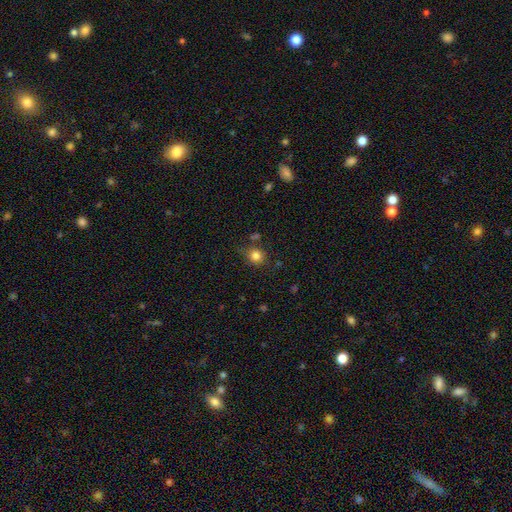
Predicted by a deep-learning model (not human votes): Smooth or featured?
  - smooth: 82% *
  - star or artifact: 12%
  - featured or disk: 6%
How rounded?
  - round: 86% *
  - in between: 13%
  - cigar-shaped: 1%
Merging?
  - none: 74% *
  - minor disturbance: 16%
  - merger: 5%
  - major disturbance: 5%